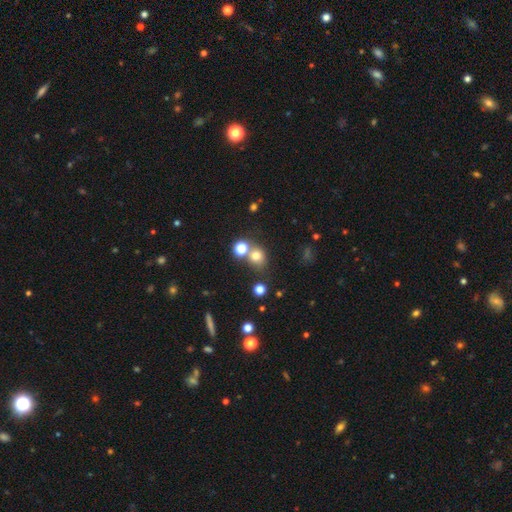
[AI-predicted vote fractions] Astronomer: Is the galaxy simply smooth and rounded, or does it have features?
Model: smooth — 72%.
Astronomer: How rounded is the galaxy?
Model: round — 72%.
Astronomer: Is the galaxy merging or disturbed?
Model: none — 56%.